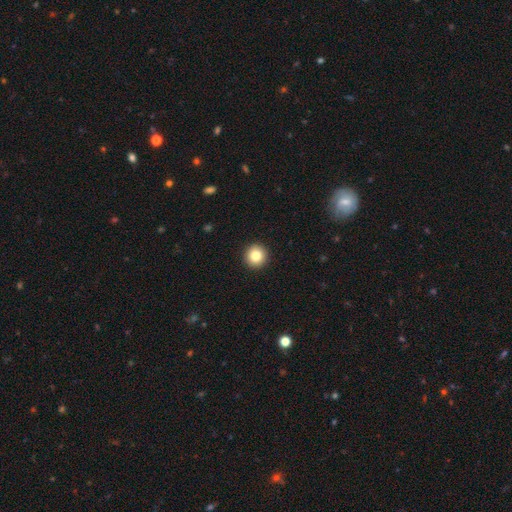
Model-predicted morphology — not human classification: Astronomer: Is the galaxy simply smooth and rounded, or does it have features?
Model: smooth — 84%.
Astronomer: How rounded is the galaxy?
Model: round — 95%.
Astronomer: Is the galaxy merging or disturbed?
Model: none — 93%.